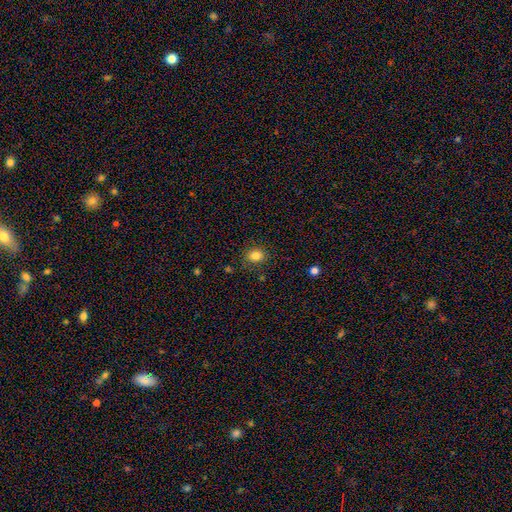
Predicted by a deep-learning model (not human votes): Overall: smooth (83%). How rounded: round (62%; in between 37%). Merging: none (85%).